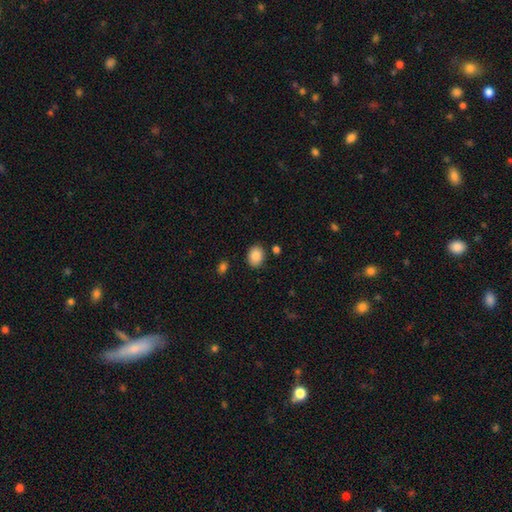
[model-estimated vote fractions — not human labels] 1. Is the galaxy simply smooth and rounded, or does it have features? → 87% smooth, 8% star or artifact, 5% featured or disk.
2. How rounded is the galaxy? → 59% in between, 40% round, 1% cigar-shaped.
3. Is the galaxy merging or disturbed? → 84% none, 10% minor disturbance, 3% merger, 3% major disturbance.